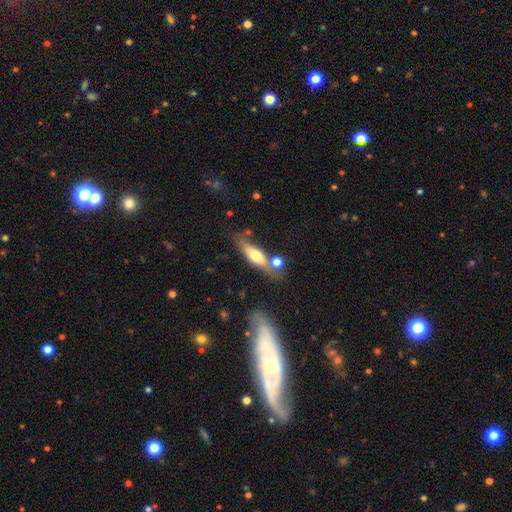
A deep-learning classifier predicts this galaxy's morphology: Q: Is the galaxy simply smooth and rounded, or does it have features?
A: smooth — 54%.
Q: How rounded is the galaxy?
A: cigar-shaped — 54%.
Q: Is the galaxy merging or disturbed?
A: none — 61%.